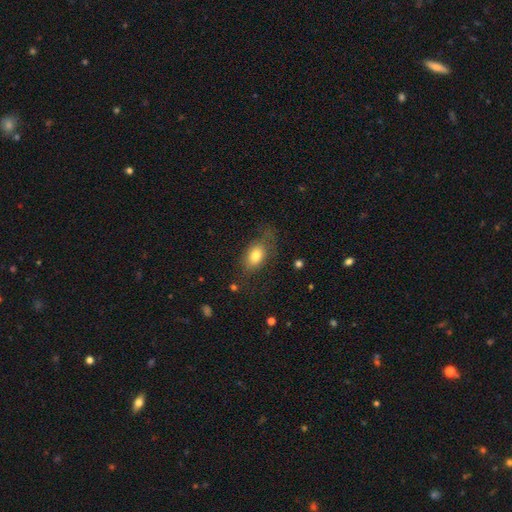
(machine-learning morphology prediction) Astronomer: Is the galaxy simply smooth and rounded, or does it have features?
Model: smooth — 78%.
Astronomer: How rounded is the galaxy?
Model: in between — 85%.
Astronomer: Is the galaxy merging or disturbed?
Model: none — 58%.